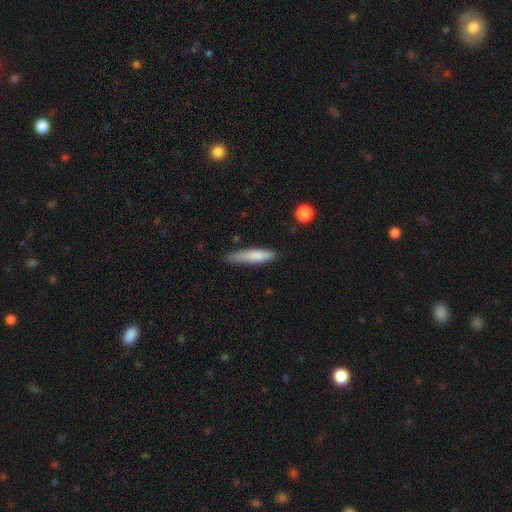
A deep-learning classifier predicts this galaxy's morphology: type=smooth (79%); roundness=cigar-shaped (83%); merging=none (71%).